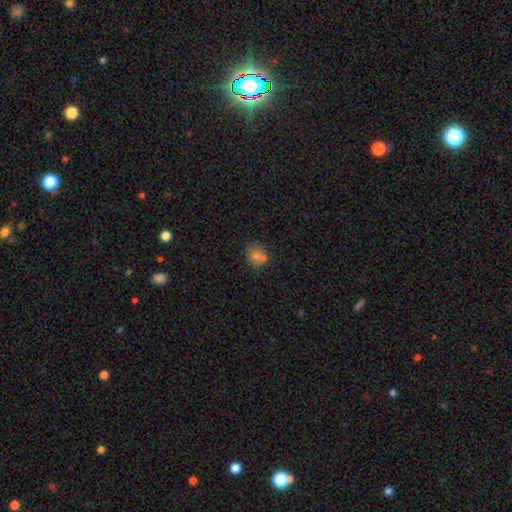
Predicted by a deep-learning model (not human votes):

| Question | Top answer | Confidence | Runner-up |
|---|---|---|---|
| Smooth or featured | smooth | 73% | star or artifact (18%) |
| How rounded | round | 79% | in between (20%) |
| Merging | none | 67% | merger (17%) |